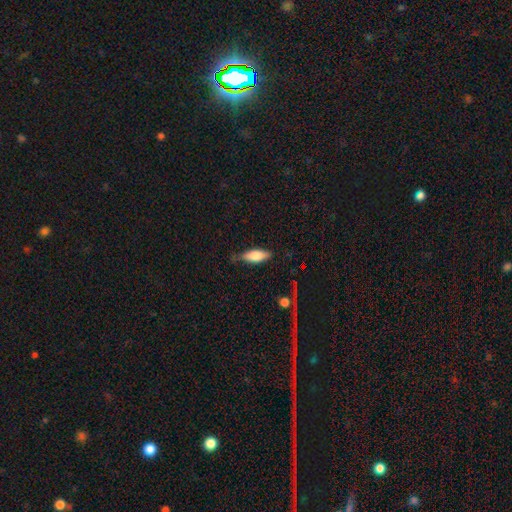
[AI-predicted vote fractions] smooth 75%, featured or disk 18%, star or artifact 7%. Down the decision tree: how rounded — in between (66%); merging — none (71%).